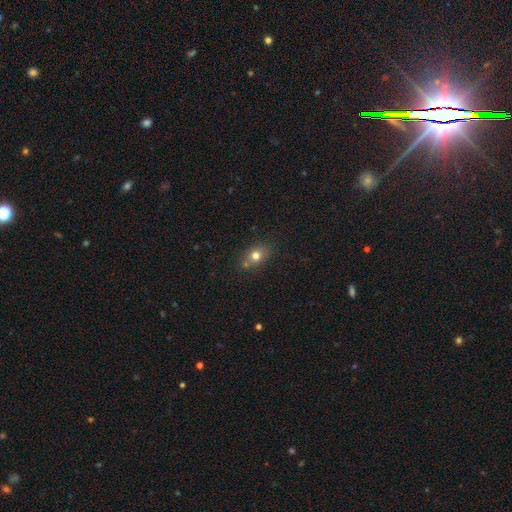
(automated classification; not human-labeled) smooth-or-featured: smooth: 73% | star or artifact: 14% | featured or disk: 14%
  how-rounded: in between: 51% | round: 47% | cigar-shaped: 2%
  merging: none: 67% | merger: 16% | minor disturbance: 14% | major disturbance: 4%